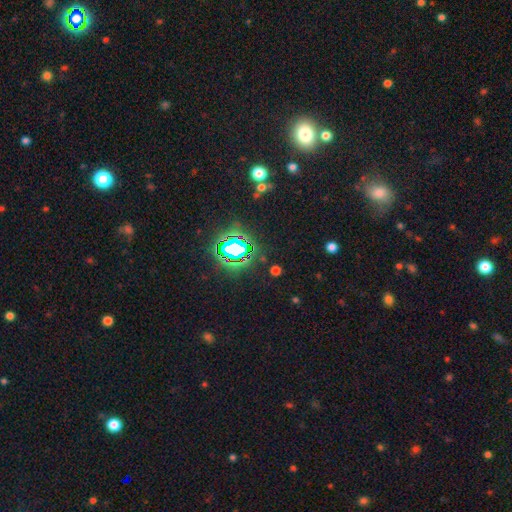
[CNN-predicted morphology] A star or artifact, not a galaxy (81%).

Vote fractions:
- Smooth or featured? star or artifact: 81% / smooth: 13% / featured or disk: 7%